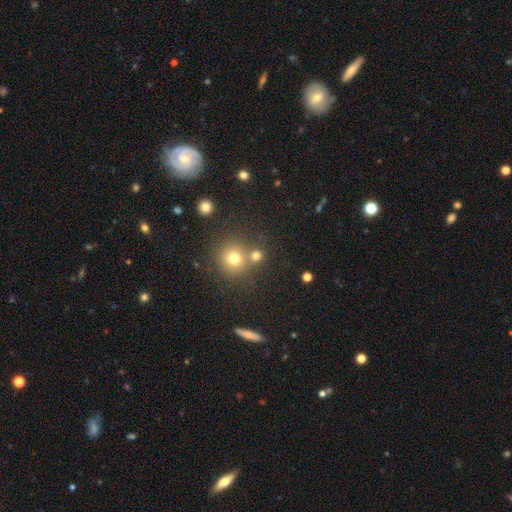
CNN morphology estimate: Overall: smooth (73%). How rounded: round (89%). Merging: none (64%; merger 25%).